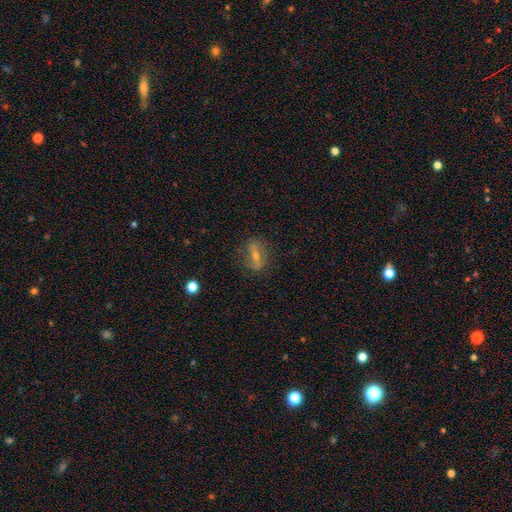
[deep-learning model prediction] Overall: featured or disk (54%; smooth 35%). Edge-on disk: no (79%). Merging: none (74%).